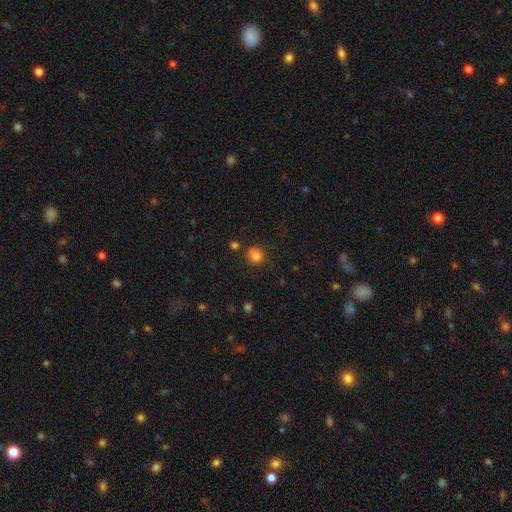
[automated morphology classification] smooth 80%, star or artifact 12%, featured or disk 8%. Down the decision tree: how rounded — round (81%); merging — none (59%).